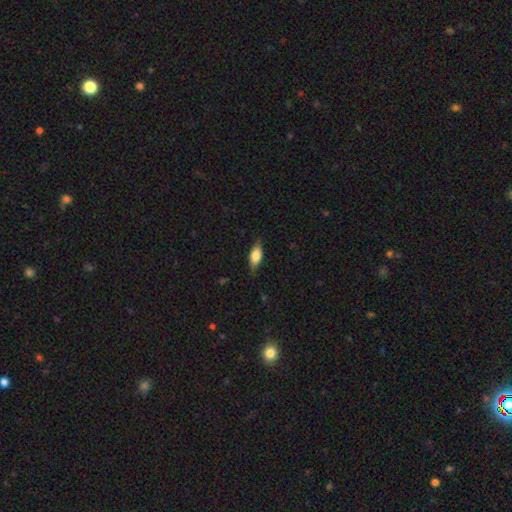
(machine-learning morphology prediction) This is likely a smooth galaxy (72%). How rounded: clearly in between (81%). Merging: likely none (79%).